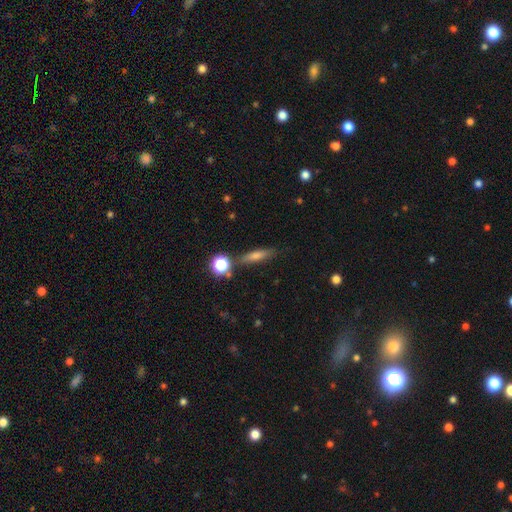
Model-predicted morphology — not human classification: smooth_or_featured: smooth (p=0.53) [alt: featured or disk p=0.31]
how_rounded: cigar-shaped (p=0.65) [alt: in between p=0.27]
merging: none (p=0.78) [alt: minor disturbance p=0.12]